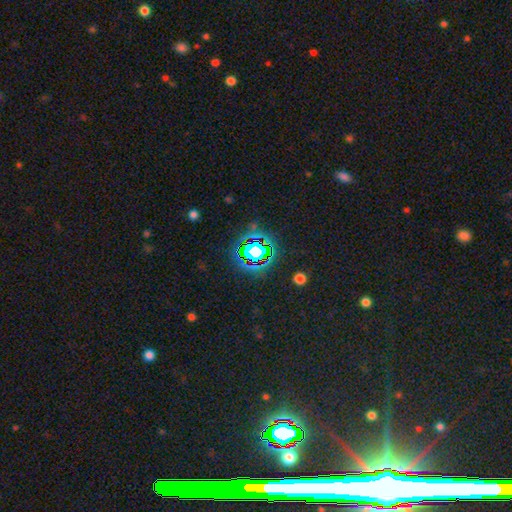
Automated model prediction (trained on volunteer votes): smooth_or_featured: star or artifact (p=0.80) [alt: smooth p=0.11]